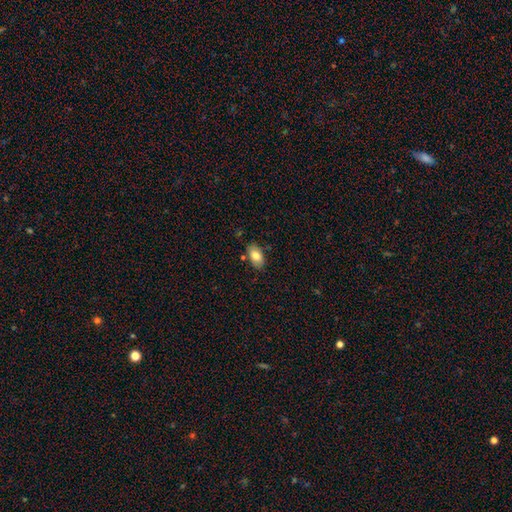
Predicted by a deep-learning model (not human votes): smooth-or-featured: smooth: 80% | featured or disk: 13% | star or artifact: 7%
  how-rounded: in between: 92% | round: 6% | cigar-shaped: 2%
  merging: none: 79% | minor disturbance: 14% | merger: 4% | major disturbance: 3%